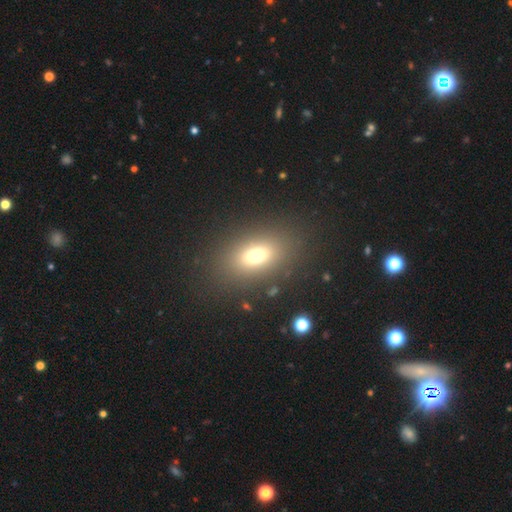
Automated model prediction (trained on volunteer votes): A smooth galaxy with no disk features (71%) that is in between round and cigar-shaped (83%).

Vote fractions:
- Smooth or featured? smooth: 71% / featured or disk: 15% / star or artifact: 14%
- How rounded? in between: 83% / round: 13% / cigar-shaped: 4%
- Merging? none: 85% / minor disturbance: 8% / major disturbance: 5% / merger: 2%